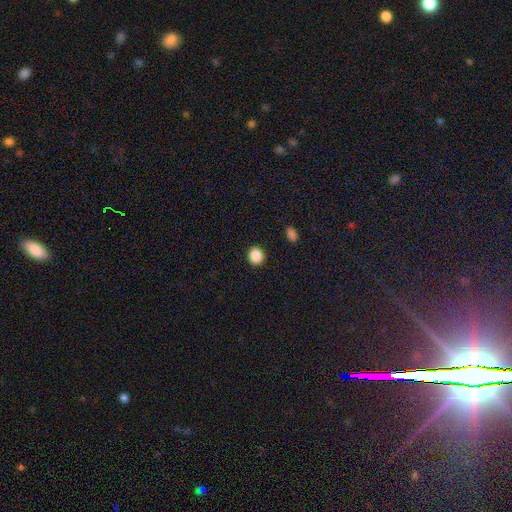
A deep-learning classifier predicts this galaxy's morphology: smooth 88%, star or artifact 9%, featured or disk 3%. Down the decision tree: how rounded — round (82%); merging — none (91%).